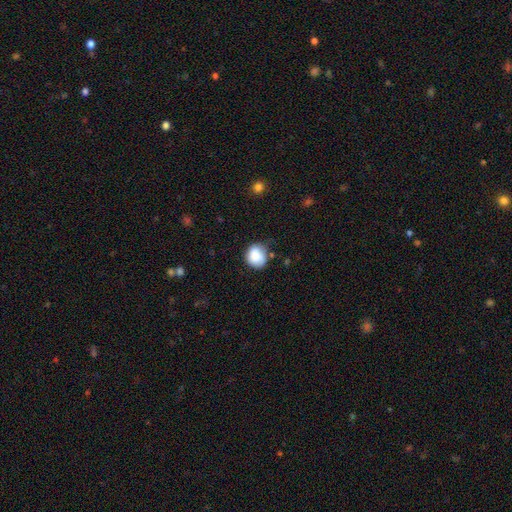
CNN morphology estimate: Smooth or featured: smooth — 86% (star or artifact — 8%)
How rounded: round — 73% (in between — 26%)
Merging: none — 63% (minor disturbance — 27%)